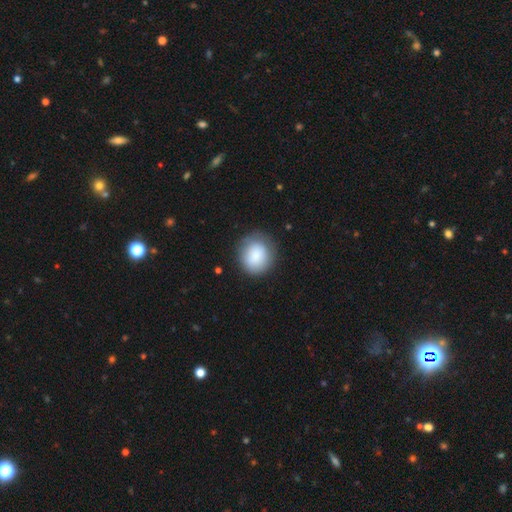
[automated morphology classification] This appears to be a smooth galaxy with no disk features (86%) that is round (81%). Merging: none (78%).